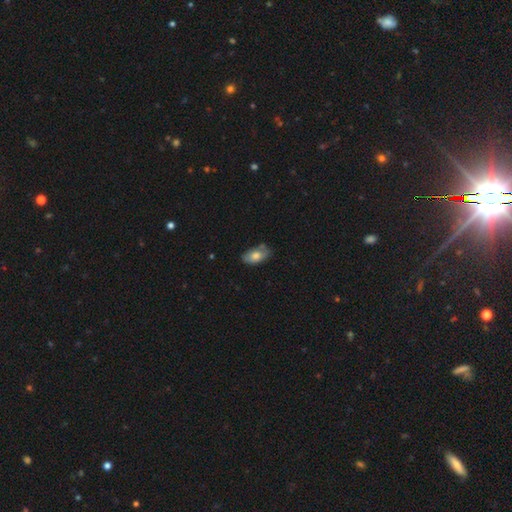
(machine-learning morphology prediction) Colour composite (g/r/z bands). It shows a smooth galaxy with no disk features (71%) that is in between round and cigar-shaped (93%). Merging: none (63%).